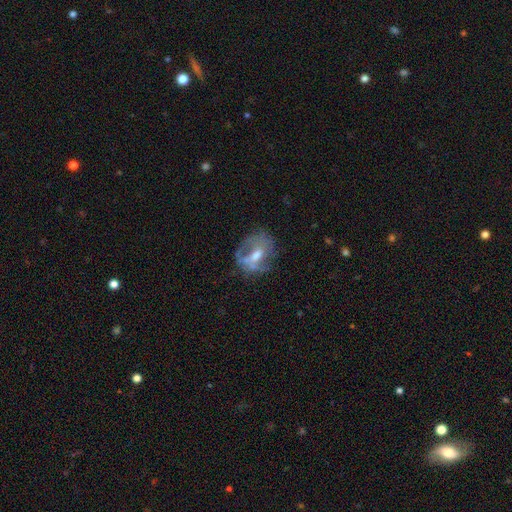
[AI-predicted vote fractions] Smooth or featured? featured or disk (61%)
Edge-on disk? no (95%)
Bar? no (51%)
Spiral arms? no (66%)
Bulge size? moderate (63%)
Merging? none (46%)